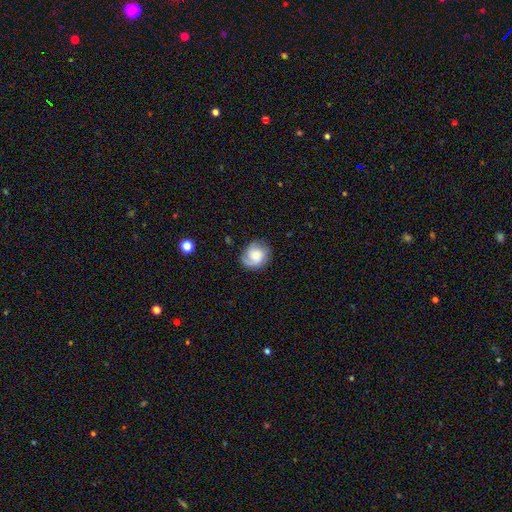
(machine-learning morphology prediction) The model was most divided on "smooth or featured": featured or disk: 51%, smooth: 40%, star or artifact: 8%. Remaining: edge-on disk — no (97%); spiral arms — yes (91%); merging — none (72%); bar — no (71%); bulge size — moderate (41%).